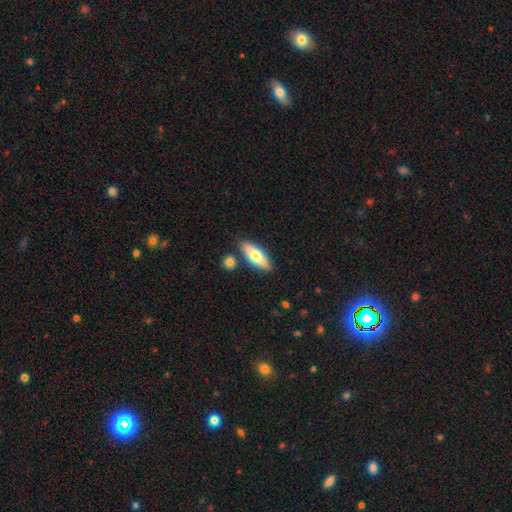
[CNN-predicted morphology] A smooth galaxy with no disk features (59%) that is in between round and cigar-shaped (54%).

Vote fractions:
- Smooth or featured? smooth: 59% / featured or disk: 35% / star or artifact: 6%
- How rounded? in between: 54% / cigar-shaped: 43% / round: 3%
- Merging? none: 80% / minor disturbance: 10% / merger: 7% / major disturbance: 2%